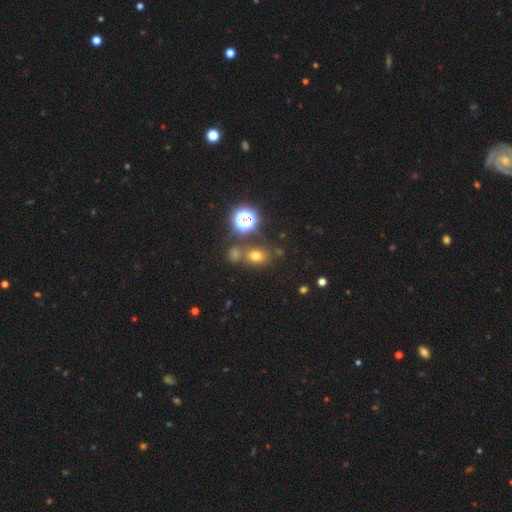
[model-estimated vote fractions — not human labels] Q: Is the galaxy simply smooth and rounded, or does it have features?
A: smooth — 64%.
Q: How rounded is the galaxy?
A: in between — 50%.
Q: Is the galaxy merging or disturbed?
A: none — 67%.